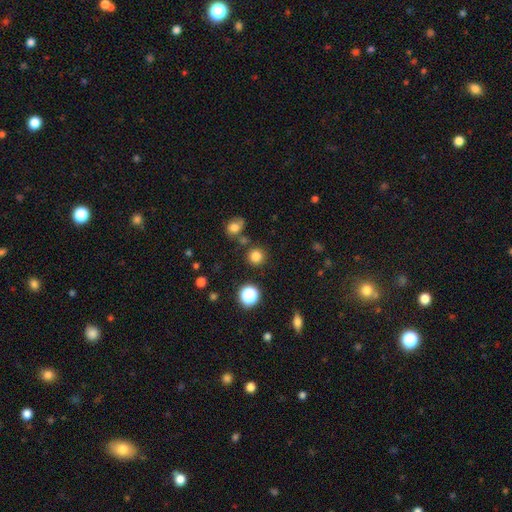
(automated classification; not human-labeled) Overall: smooth (79%). How rounded: round (93%). Merging: none (84%).